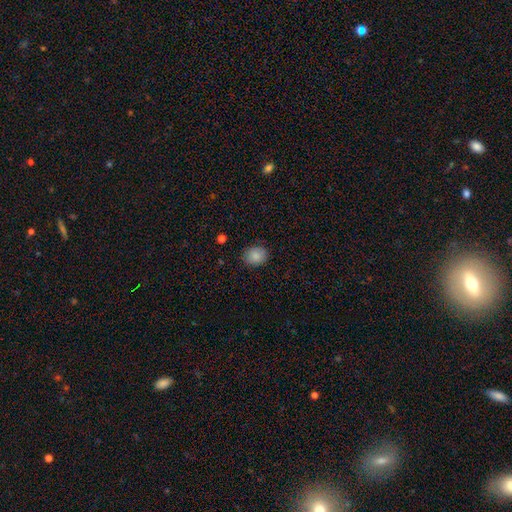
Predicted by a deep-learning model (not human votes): The model was most divided on "how rounded": round: 55%, in between: 44%, cigar-shaped: 1%. More confident: smooth or featured — smooth (87%); merging — none (86%).